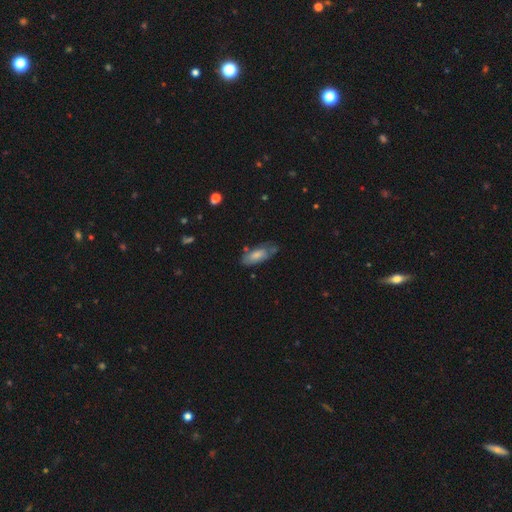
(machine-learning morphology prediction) A smooth galaxy with no disk features (61%) that is in between round and cigar-shaped (76%). Merging: none (63%).